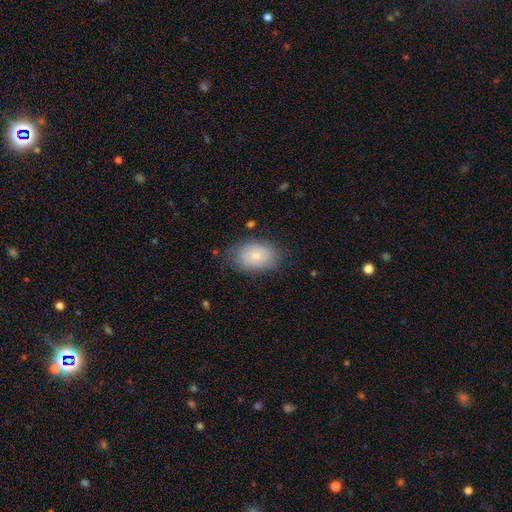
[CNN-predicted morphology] smooth-or-featured: smooth: 74% | featured or disk: 19% | star or artifact: 7%
  how-rounded: in between: 87% | round: 12% | cigar-shaped: 1%
  merging: none: 74% | minor disturbance: 20% | major disturbance: 5% | merger: 1%